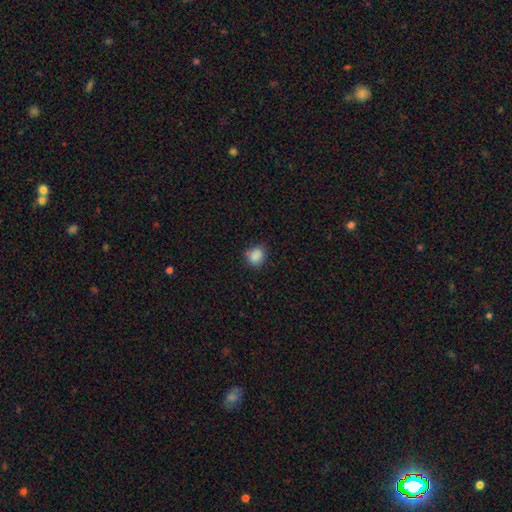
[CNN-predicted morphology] smooth_or_featured: smooth (p=0.86) [alt: star or artifact p=0.10]
how_rounded: round (p=0.60) [alt: in between p=0.39]
merging: none (p=0.73) [alt: minor disturbance p=0.19]